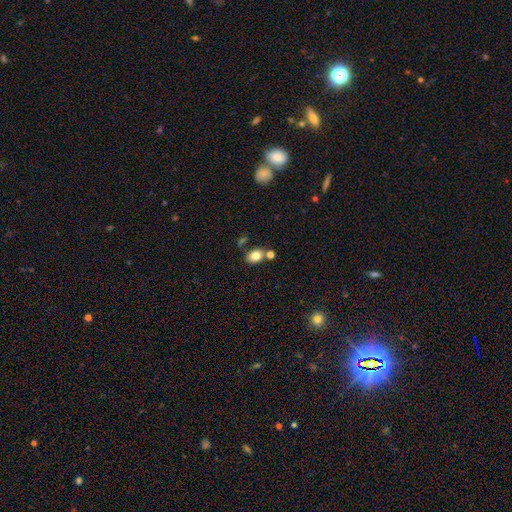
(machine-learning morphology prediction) type=smooth (81%); roundness=in between (74%); merging=none (67%).